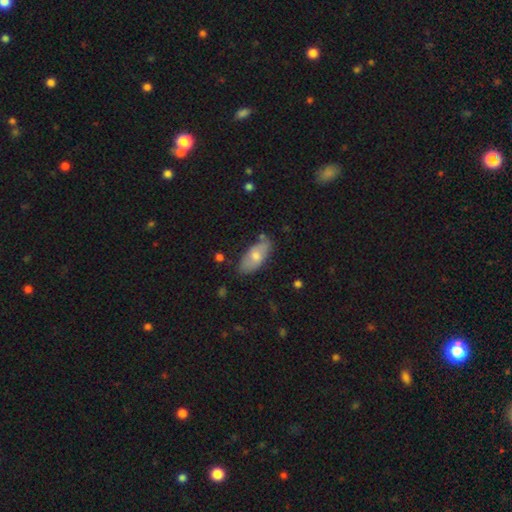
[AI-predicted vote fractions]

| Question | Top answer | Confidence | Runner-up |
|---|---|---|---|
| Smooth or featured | smooth | 61% | featured or disk (32%) |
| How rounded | in between | 88% | cigar-shaped (9%) |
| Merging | none | 78% | minor disturbance (17%) |